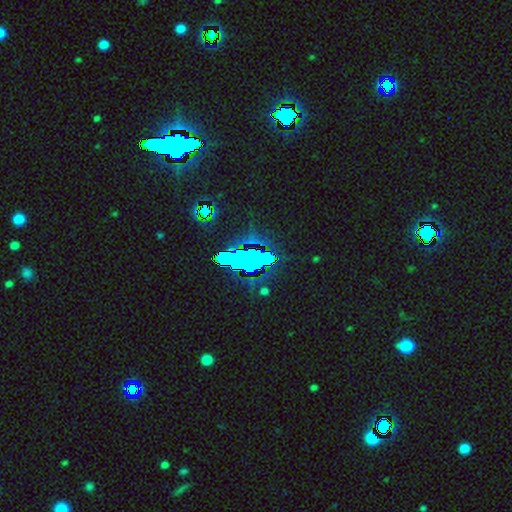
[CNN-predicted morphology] Smooth or featured? Predicted: star or artifact (p=0.68).